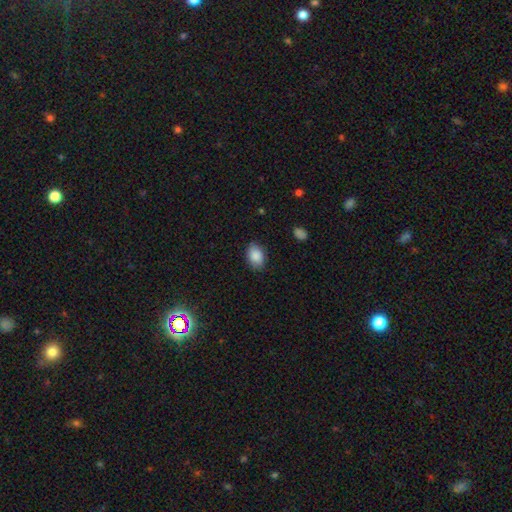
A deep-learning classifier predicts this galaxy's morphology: The model was most divided on "how rounded": in between: 85%, round: 13%, cigar-shaped: 1%. More confident: smooth or featured — smooth (88%); merging — none (85%).